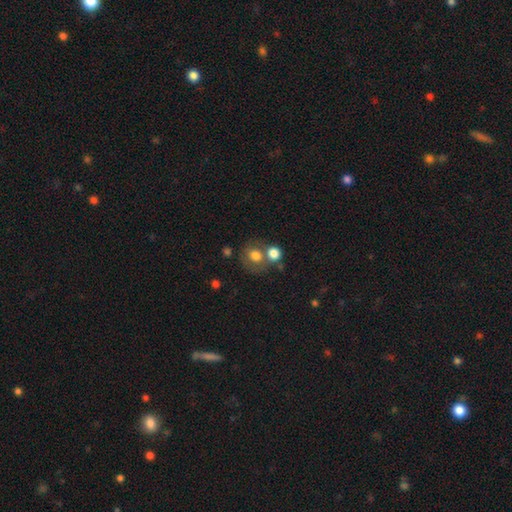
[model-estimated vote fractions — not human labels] smooth 73%, featured or disk 16%, star or artifact 11%. Down the decision tree: how rounded — round (74%); merging — none (46%).